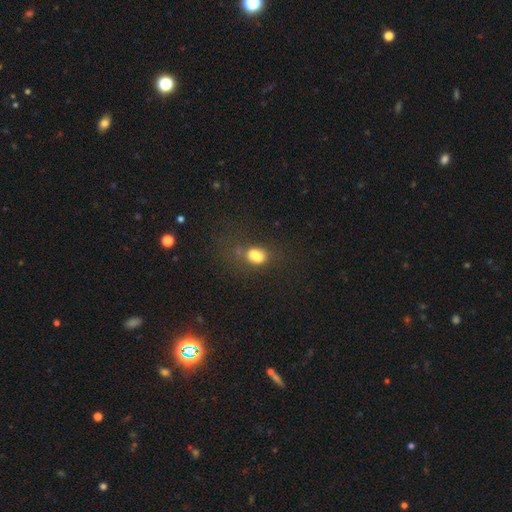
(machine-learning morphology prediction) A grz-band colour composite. It shows a smooth galaxy with no disk features (71%) that is in between round and cigar-shaped (76%). Merging: none (42%).